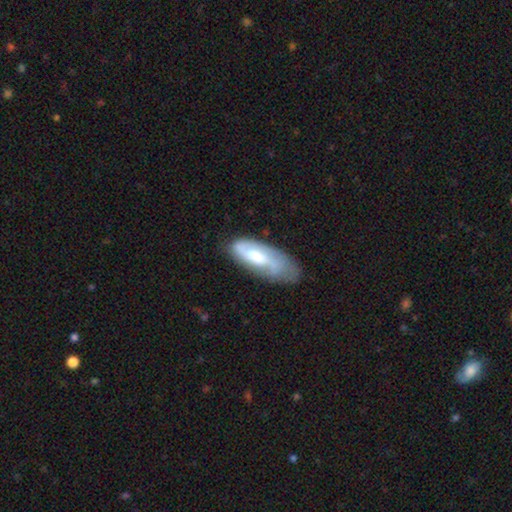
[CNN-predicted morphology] smooth_or_featured: featured or disk (p=0.55) [alt: smooth p=0.39]
disk_edge_on: no (p=0.88) [alt: yes p=0.12]
merging: none (p=0.50) [alt: minor disturbance p=0.31]